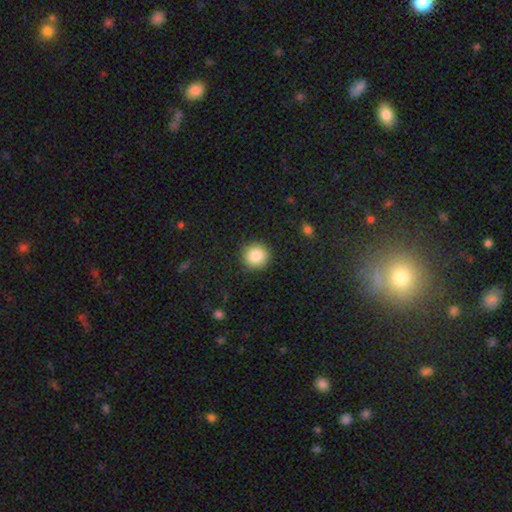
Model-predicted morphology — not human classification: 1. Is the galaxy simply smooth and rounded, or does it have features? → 86% smooth, 9% star or artifact, 5% featured or disk.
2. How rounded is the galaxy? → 94% round, 5% in between, 1% cigar-shaped.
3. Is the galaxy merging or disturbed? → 91% none, 6% minor disturbance, 2% major disturbance, 1% merger.